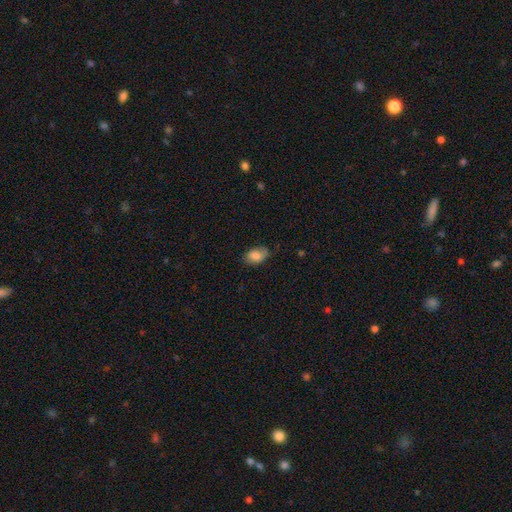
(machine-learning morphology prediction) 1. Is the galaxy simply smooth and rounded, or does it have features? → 83% smooth, 10% featured or disk, 8% star or artifact.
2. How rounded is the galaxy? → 88% in between, 10% round, 1% cigar-shaped.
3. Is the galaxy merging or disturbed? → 71% none, 23% minor disturbance, 5% major disturbance, 1% merger.